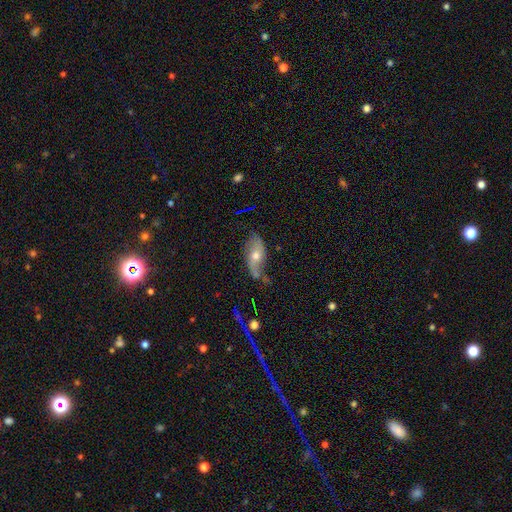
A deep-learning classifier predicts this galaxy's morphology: smooth_or_featured: featured or disk (p=0.53) [alt: smooth p=0.38]
disk_edge_on: no (p=0.84) [alt: yes p=0.16]
merging: none (p=0.49) [alt: minor disturbance p=0.31]